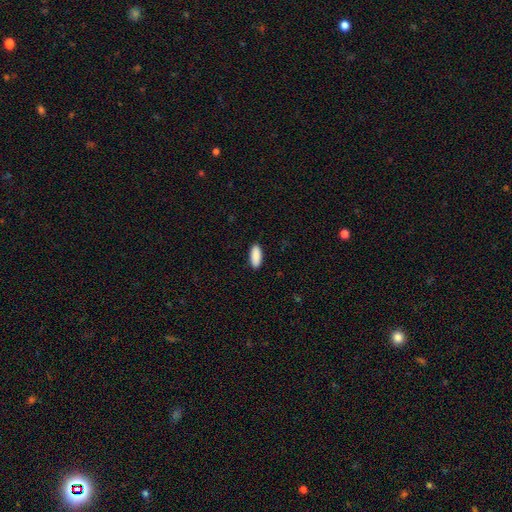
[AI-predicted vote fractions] Smooth or featured: smooth — 91% (star or artifact — 6%)
How rounded: in between — 81% (cigar-shaped — 17%)
Merging: none — 90% (minor disturbance — 7%)